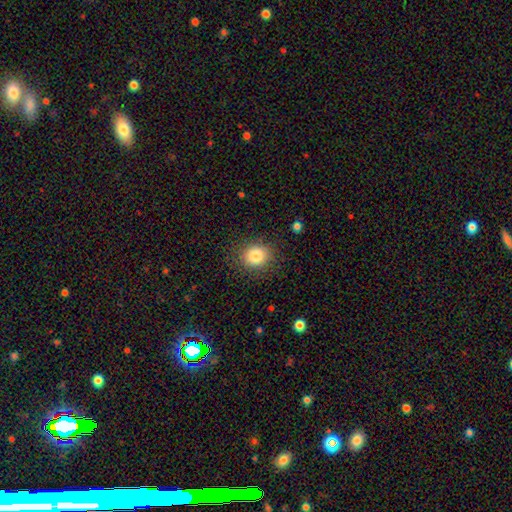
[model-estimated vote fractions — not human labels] Smooth or featured? Predicted: smooth (p=0.83). How rounded? Predicted: round (p=0.76). Merging? Predicted: none (p=0.86).